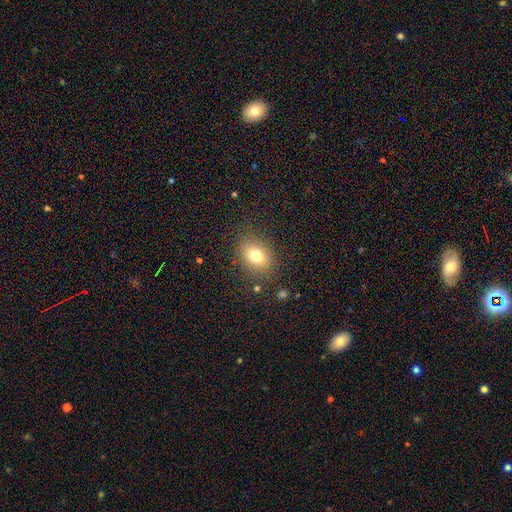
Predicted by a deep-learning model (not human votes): Smooth or featured? smooth (76%)
How rounded? in between (65%)
Merging? none (83%)